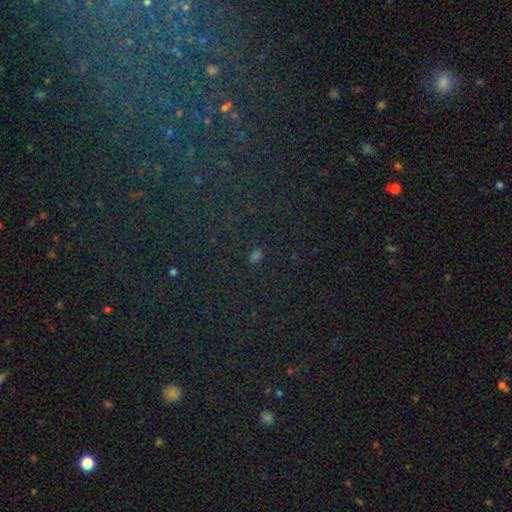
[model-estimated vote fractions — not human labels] Smooth or featured: star or artifact — 51% (smooth — 42%)